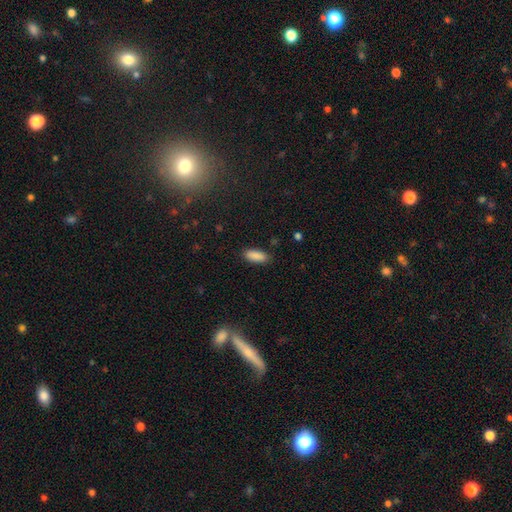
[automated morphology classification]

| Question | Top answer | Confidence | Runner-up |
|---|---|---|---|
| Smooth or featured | smooth | 89% | star or artifact (7%) |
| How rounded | in between | 79% | cigar-shaped (19%) |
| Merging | none | 87% | minor disturbance (10%) |